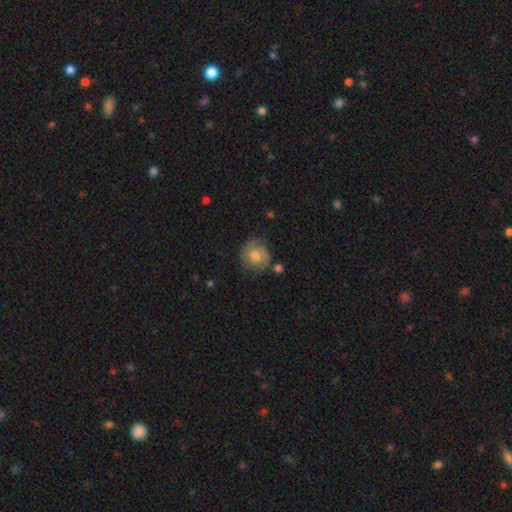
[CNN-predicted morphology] smooth-or-featured: featured or disk: 53% | smooth: 39% | star or artifact: 8%
  disk-edge-on: no: 97% | yes: 3%
    bar: no: 75% | weak: 22% | strong: 3%
    has-spiral-arms: yes: 83% | no: 17%
    bulge-size: moderate: 66% | small: 25% | large: 6% | none: 2% | dominant: 1%
  merging: none: 71% | minor disturbance: 20% | major disturbance: 6% | merger: 3%